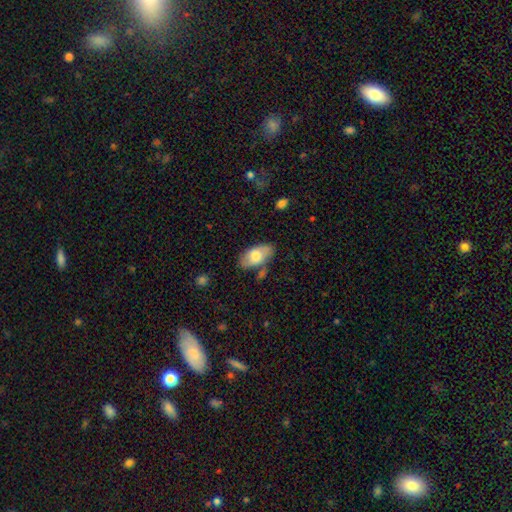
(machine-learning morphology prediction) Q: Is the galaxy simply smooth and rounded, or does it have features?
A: smooth — 68%.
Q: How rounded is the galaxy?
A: in between — 94%.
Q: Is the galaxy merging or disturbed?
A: none — 68%.